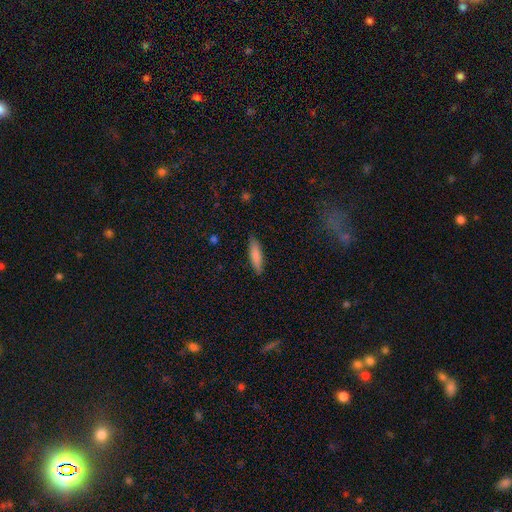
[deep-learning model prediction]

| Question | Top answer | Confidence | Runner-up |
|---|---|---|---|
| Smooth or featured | smooth | 83% | featured or disk (12%) |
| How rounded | cigar-shaped | 72% | in between (27%) |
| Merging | none | 86% | minor disturbance (11%) |